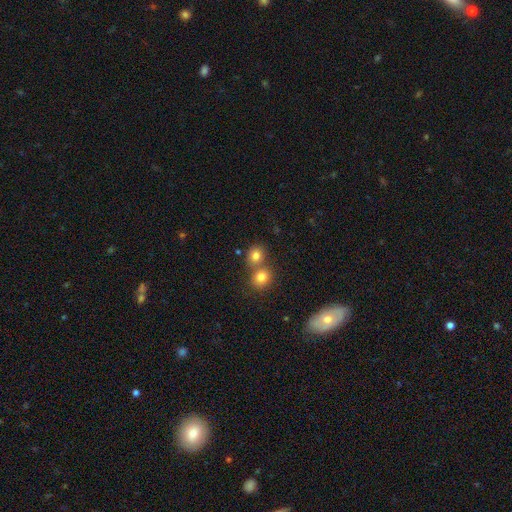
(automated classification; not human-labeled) The model was most divided on "merging": none: 50%, merger: 40%, minor disturbance: 7%, major disturbance: 3%. More confident: smooth or featured — smooth (79%); how rounded — round (77%).